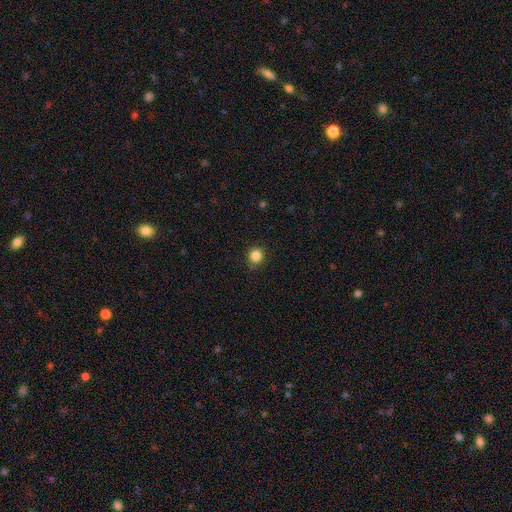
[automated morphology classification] smooth 84%, star or artifact 12%, featured or disk 4%. Down the decision tree: how rounded — round (91%); merging — none (87%).